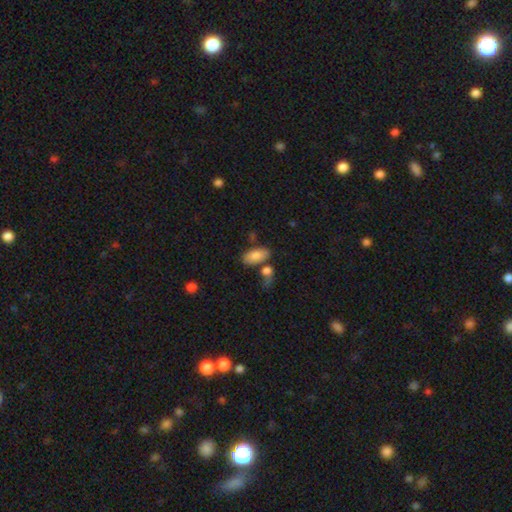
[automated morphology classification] smooth_or_featured: smooth (p=0.80) [alt: featured or disk p=0.12]
how_rounded: in between (p=0.93) [alt: cigar-shaped p=0.04]
merging: none (p=0.60) [alt: merger p=0.20]